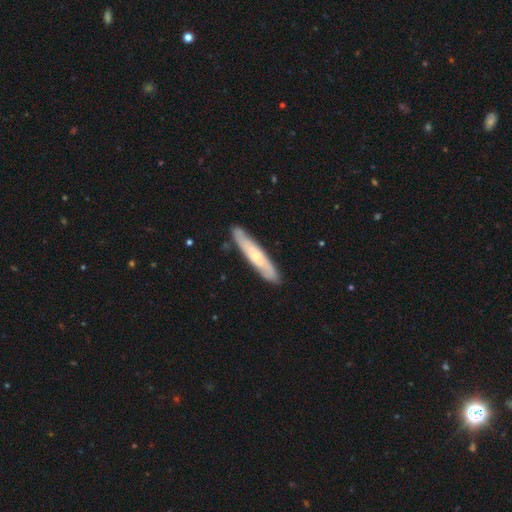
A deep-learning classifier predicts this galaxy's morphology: Overall: featured or disk (57%; smooth 38%). Edge-on disk: yes (57%; no 43%). Merging: none (85%).